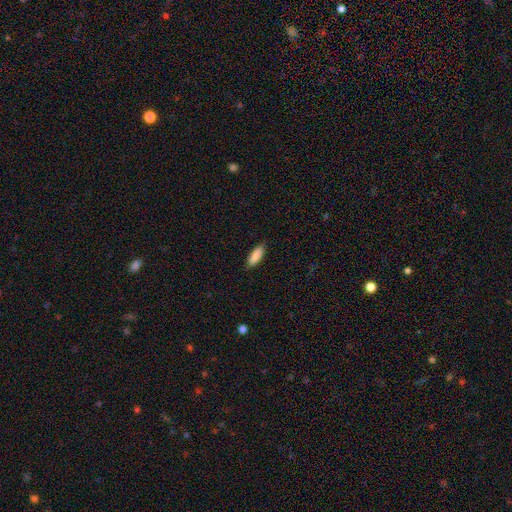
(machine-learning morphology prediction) The model was most divided on "how rounded": in between: 61%, cigar-shaped: 37%, round: 2%. More confident: smooth or featured — smooth (89%); merging — none (86%).